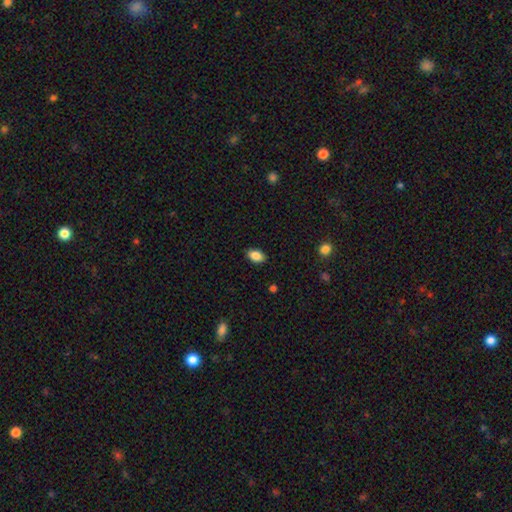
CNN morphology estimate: This appears to be a smooth galaxy with no disk features (87%) that is in between round and cigar-shaped (89%). Merging: none (87%).